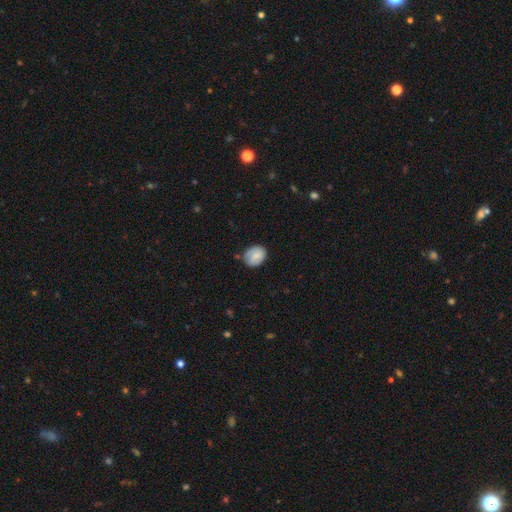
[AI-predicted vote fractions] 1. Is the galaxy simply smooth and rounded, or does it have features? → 76% smooth, 17% featured or disk, 7% star or artifact.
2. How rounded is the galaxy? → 52% in between, 47% round, 1% cigar-shaped.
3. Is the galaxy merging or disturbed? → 72% none, 22% minor disturbance, 4% major disturbance, 3% merger.